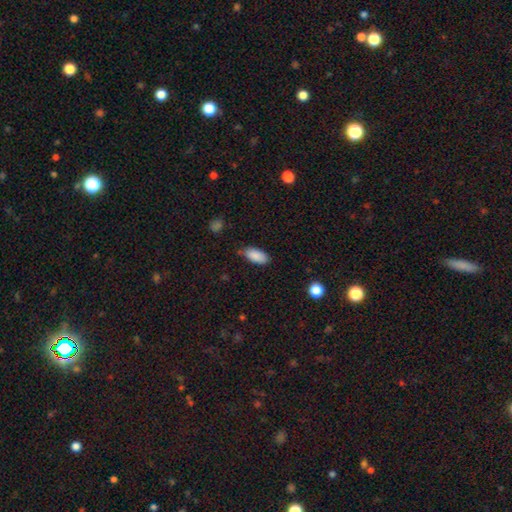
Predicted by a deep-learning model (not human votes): This is clearly a smooth galaxy (88%). How rounded: clearly in between (91%). Merging: likely none (76%).